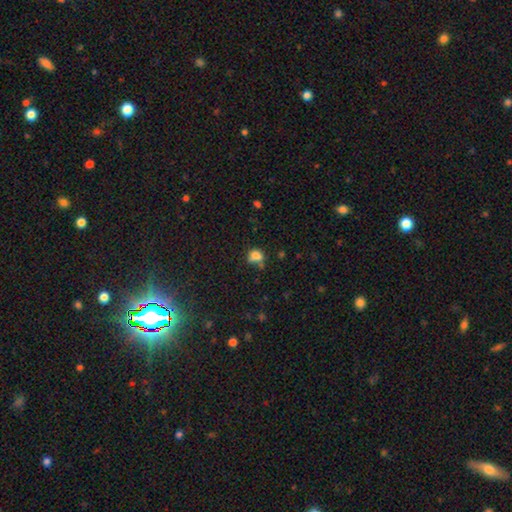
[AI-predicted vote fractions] smooth_or_featured: smooth (p=0.78) [alt: star or artifact p=0.13]
how_rounded: round (p=0.52) [alt: in between p=0.47]
merging: none (p=0.41) [alt: minor disturbance p=0.25]